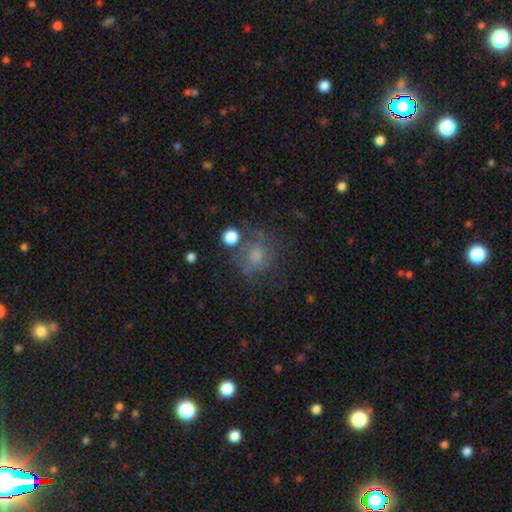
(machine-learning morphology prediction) Q: Smooth or featured?
A: smooth (63%); runner-up: featured or disk (21%)
Q: How rounded?
A: round (82%); runner-up: in between (17%)
Q: Merging?
A: none (54%); runner-up: minor disturbance (20%)